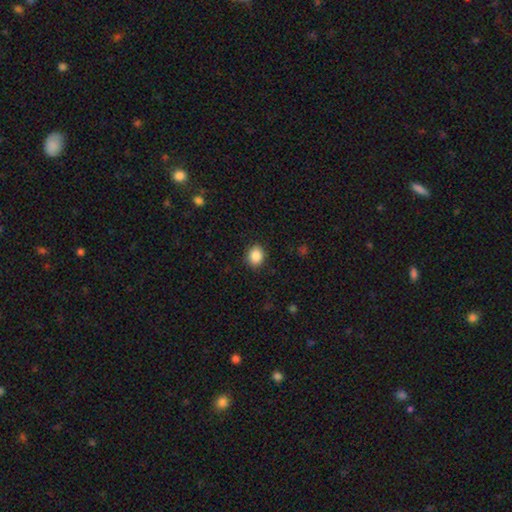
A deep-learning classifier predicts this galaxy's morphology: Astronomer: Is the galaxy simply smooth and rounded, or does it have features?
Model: smooth — 88%.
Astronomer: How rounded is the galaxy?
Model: round — 59% (runner-up: in between, 41%).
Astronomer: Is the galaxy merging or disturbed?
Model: none — 88%.